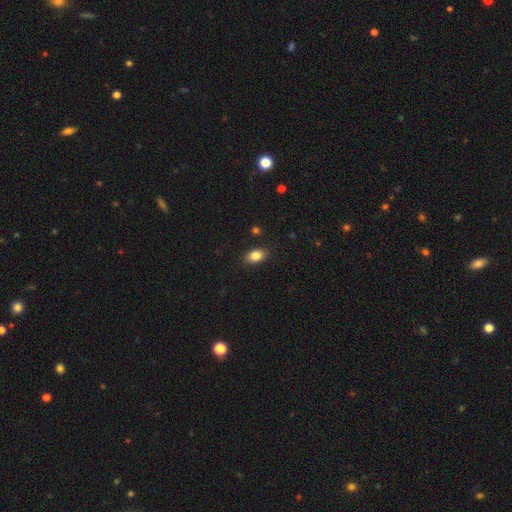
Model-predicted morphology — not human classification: type=smooth (84%); roundness=in between (85%); merging=none (87%).